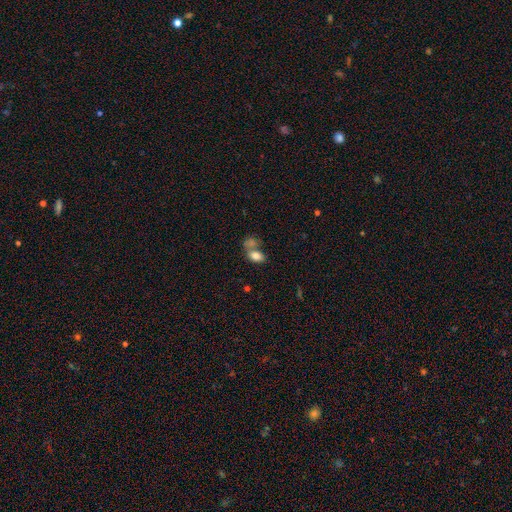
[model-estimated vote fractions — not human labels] smooth-or-featured: smooth: 80% | featured or disk: 11% | star or artifact: 9%
  how-rounded: in between: 87% | round: 11% | cigar-shaped: 2%
  merging: merger: 45% | none: 39% | minor disturbance: 11% | major disturbance: 5%